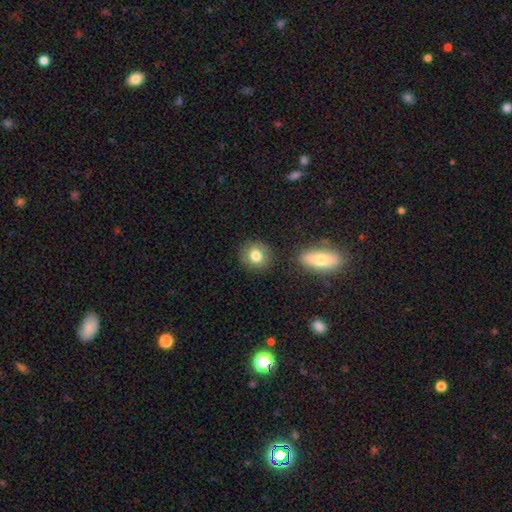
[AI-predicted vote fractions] Overall: smooth (81%). How rounded: round (83%). Merging: none (83%).